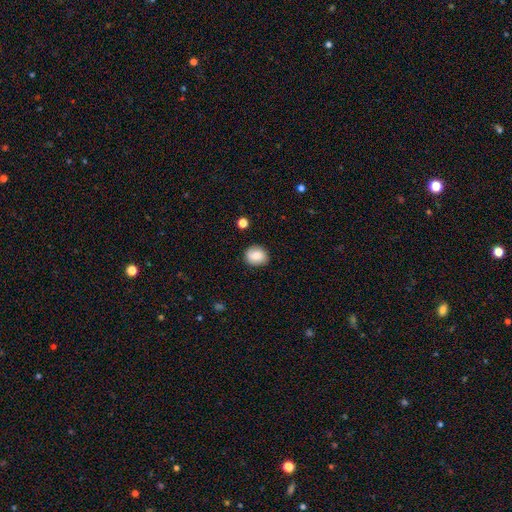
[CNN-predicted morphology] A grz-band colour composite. It shows a smooth galaxy with no disk features (81%) that is round (69%). Merging: none (85%).